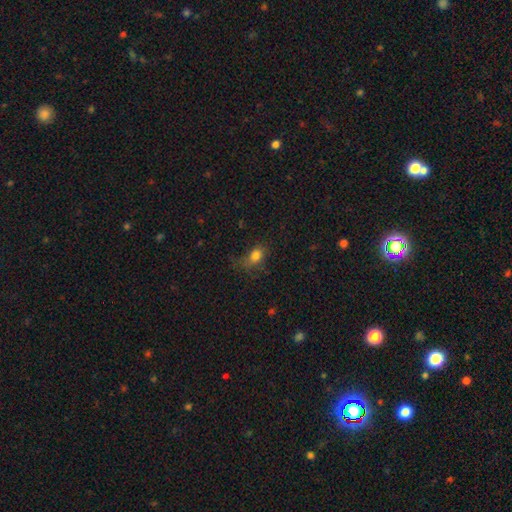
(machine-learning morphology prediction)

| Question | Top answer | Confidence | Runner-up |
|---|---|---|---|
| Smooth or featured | smooth | 79% | star or artifact (12%) |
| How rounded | in between | 71% | round (26%) |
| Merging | none | 51% | minor disturbance (28%) |